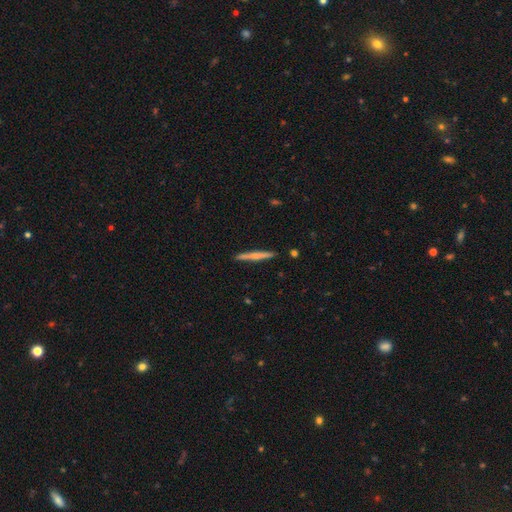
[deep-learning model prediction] Smooth or featured? Predicted: smooth (p=0.48). Merging? Predicted: none (p=0.91).